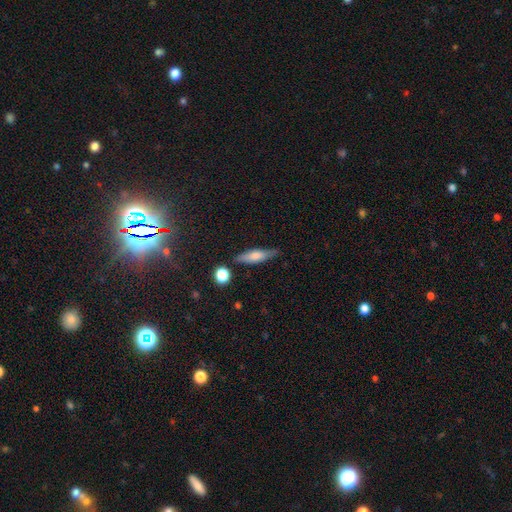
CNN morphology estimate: Q: Smooth or featured?
A: smooth (56%); runner-up: featured or disk (36%)
Q: How rounded?
A: cigar-shaped (63%); runner-up: in between (34%)
Q: Merging?
A: none (77%); runner-up: minor disturbance (15%)